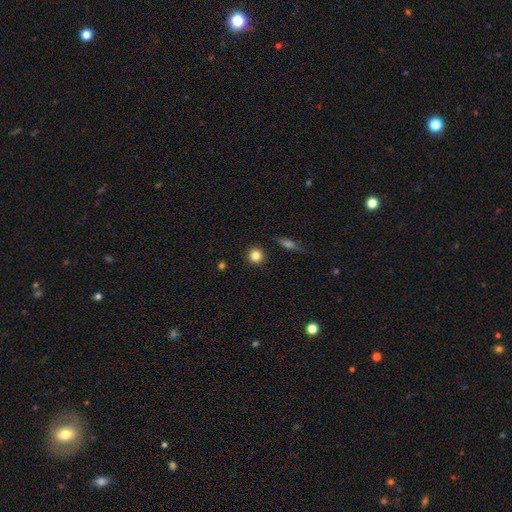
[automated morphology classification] Smooth or featured: smooth — 83% (star or artifact — 11%)
How rounded: round — 93% (in between — 6%)
Merging: none — 90% (minor disturbance — 6%)